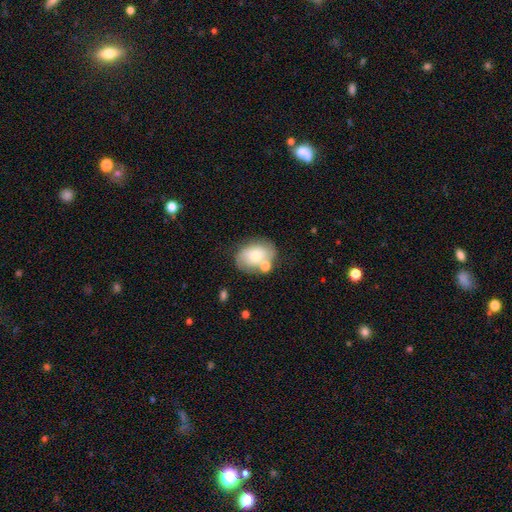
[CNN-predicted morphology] type=smooth (61%); roundness=in between (69%); merging=none (56%).